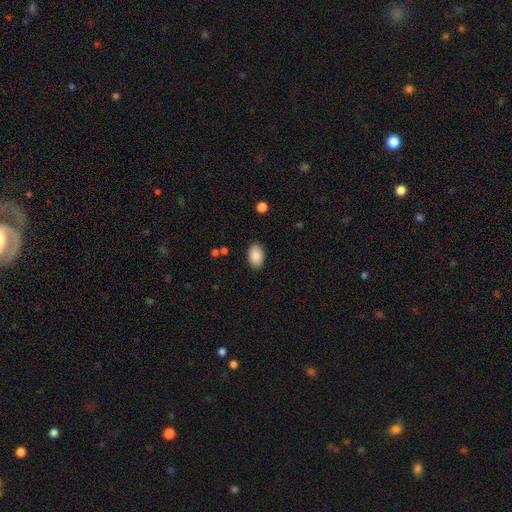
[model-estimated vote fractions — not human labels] smooth 89%, star or artifact 7%, featured or disk 5%. Down the decision tree: how rounded — in between (92%); merging — none (88%).